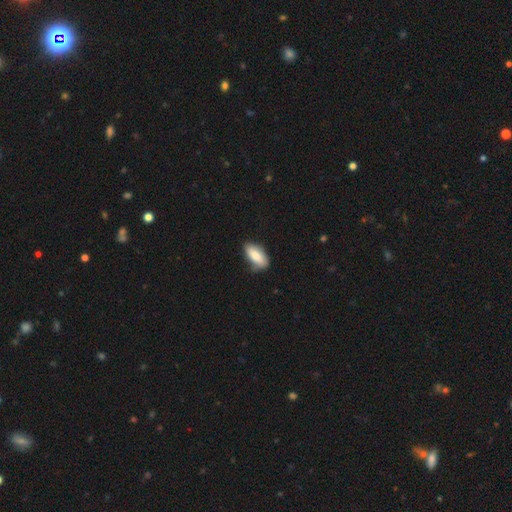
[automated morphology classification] smooth_or_featured: smooth (p=0.82) [alt: featured or disk p=0.12]
how_rounded: in between (p=0.86) [alt: cigar-shaped p=0.12]
merging: none (p=0.72) [alt: minor disturbance p=0.23]